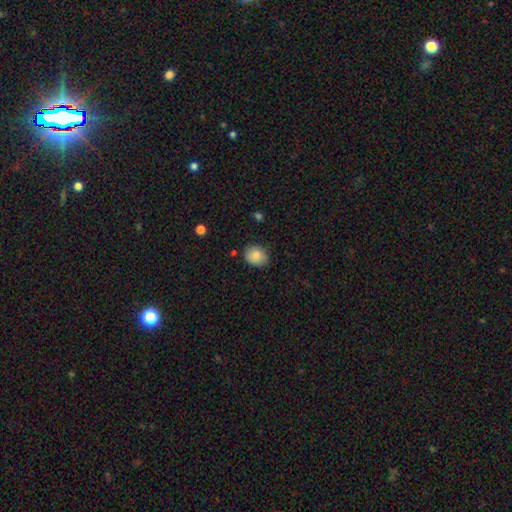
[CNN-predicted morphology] This is clearly a smooth galaxy (84%). How rounded: possibly round (50%). Merging: likely none (78%).